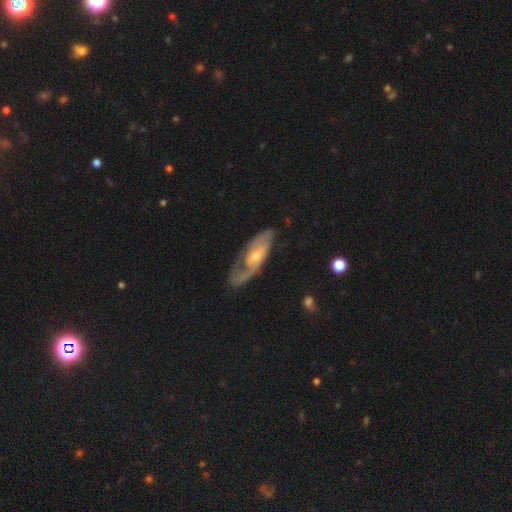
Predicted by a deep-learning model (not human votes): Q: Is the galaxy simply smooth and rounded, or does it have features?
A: featured or disk — 75%.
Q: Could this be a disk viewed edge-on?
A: no — 87%.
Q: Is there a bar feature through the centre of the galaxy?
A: no — 62%.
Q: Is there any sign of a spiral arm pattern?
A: yes — 80%.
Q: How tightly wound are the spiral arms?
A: medium — 41%.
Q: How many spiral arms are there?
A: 2 — 46%.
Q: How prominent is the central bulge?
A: small — 49%.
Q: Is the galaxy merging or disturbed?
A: none — 53%.